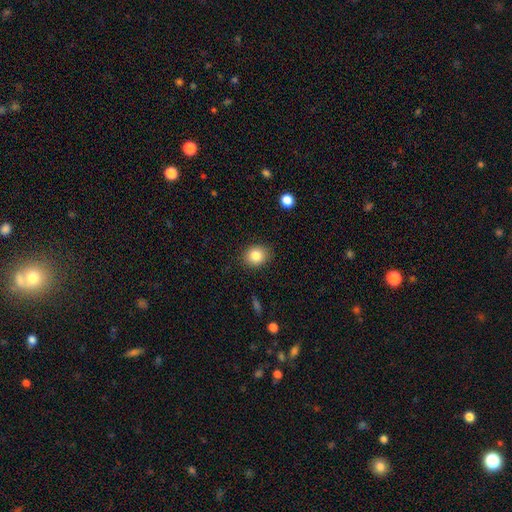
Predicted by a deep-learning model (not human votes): This appears to be a smooth galaxy with no disk features (83%) that is round (65%). Merging: none (88%).